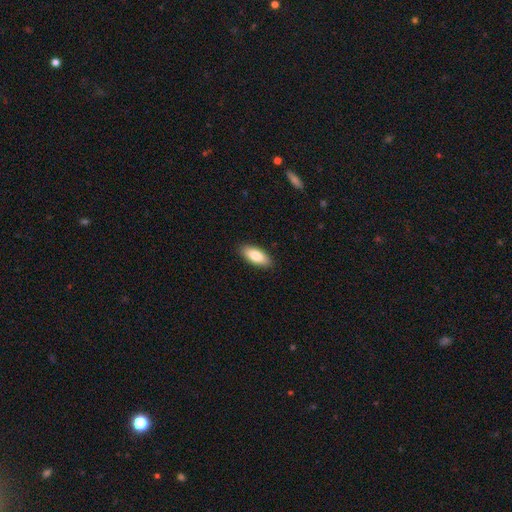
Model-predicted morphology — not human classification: smooth 83%, featured or disk 11%, star or artifact 6%. Down the decision tree: how rounded — in between (83%); merging — none (89%).